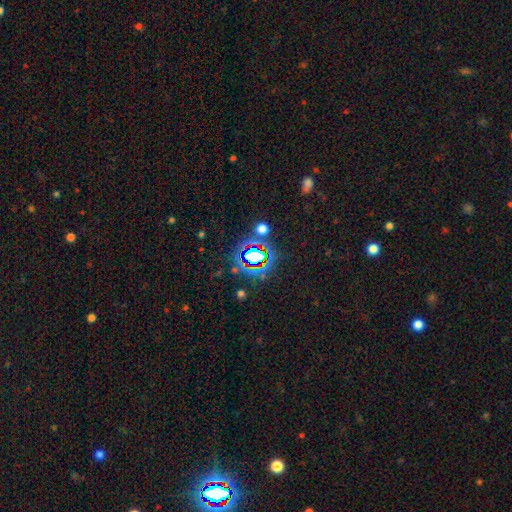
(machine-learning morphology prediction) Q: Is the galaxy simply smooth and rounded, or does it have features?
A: star or artifact — 67%.